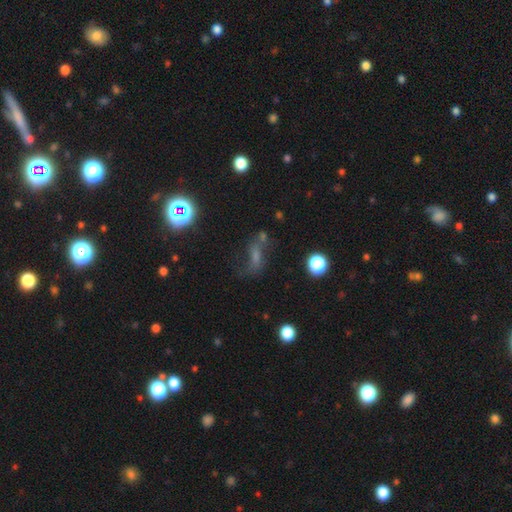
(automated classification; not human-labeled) smooth_or_featured: featured or disk (p=0.36) [alt: smooth p=0.35]
merging: none (p=0.51) [alt: major disturbance p=0.20]